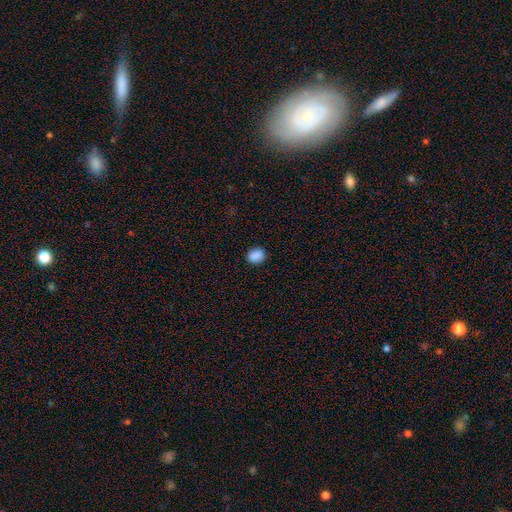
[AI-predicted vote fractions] A smooth galaxy with no disk features (88%) that is round (56%). Merging: none (87%).